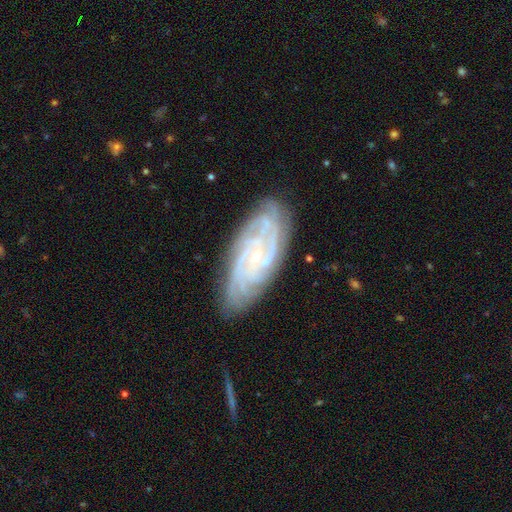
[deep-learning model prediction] Overall: featured or disk (88%). Edge-on disk: no (94%). Bar: no (64%; weak 27%). Spiral arms: yes (98%). Spiral arm count: 4 (31%; can't tell 19%). Spiral winding: tight (76%). Bulge size: small (84%). Merging: none (82%).